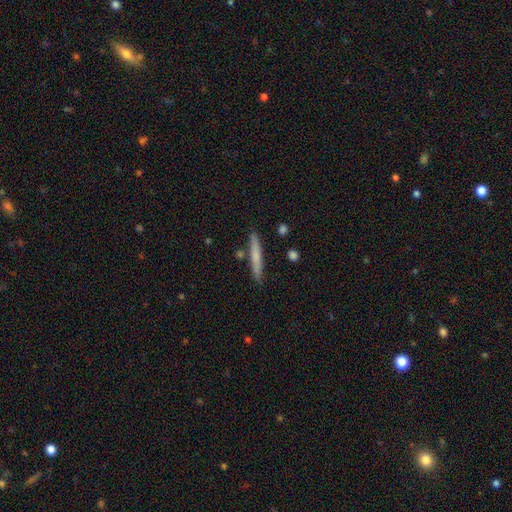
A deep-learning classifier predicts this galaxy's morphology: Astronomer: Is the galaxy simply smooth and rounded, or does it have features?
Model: smooth — 63%.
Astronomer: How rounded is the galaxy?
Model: cigar-shaped — 95%.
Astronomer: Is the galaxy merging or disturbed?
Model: none — 86%.